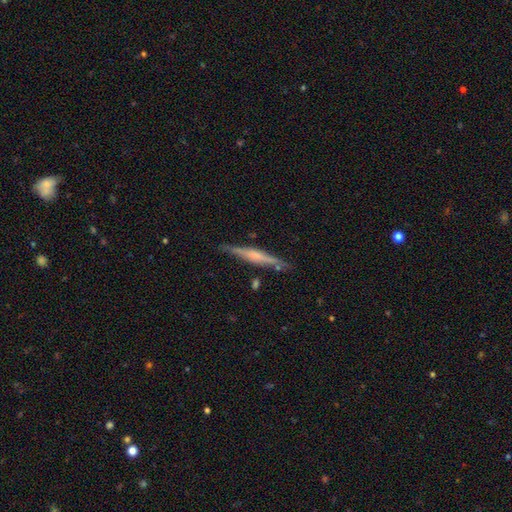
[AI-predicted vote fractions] Q: Smooth or featured?
A: featured or disk (63%); runner-up: smooth (31%)
Q: Edge-on disk?
A: yes (97%); runner-up: no (3%)
Q: Edge-on bulge?
A: rounded (40%); runner-up: boxy (32%)
Q: Merging?
A: none (83%); runner-up: minor disturbance (12%)